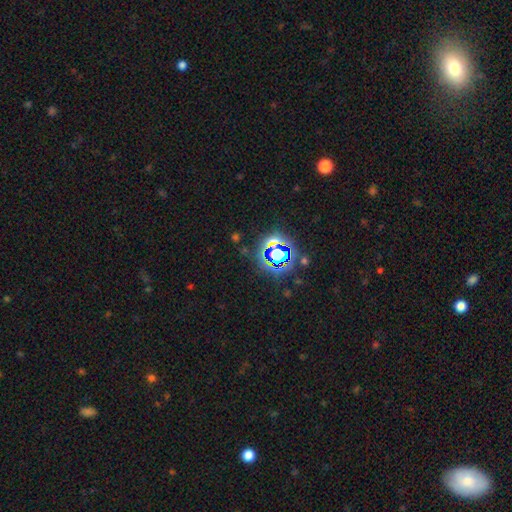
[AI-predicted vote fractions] Smooth or featured: star or artifact — 81% (smooth — 12%)